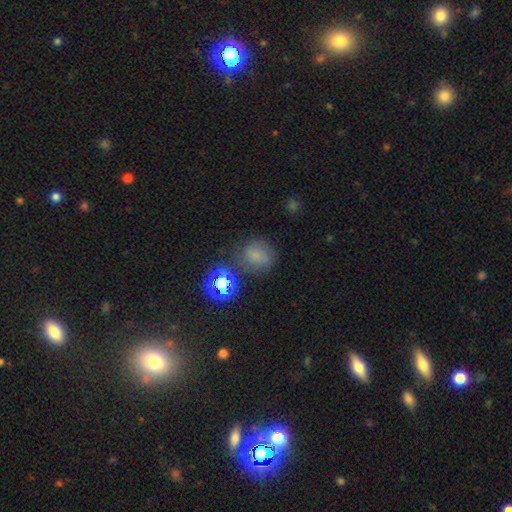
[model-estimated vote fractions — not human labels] Morphology: type=smooth (62%); roundness=round (73%); merging=none (65%).